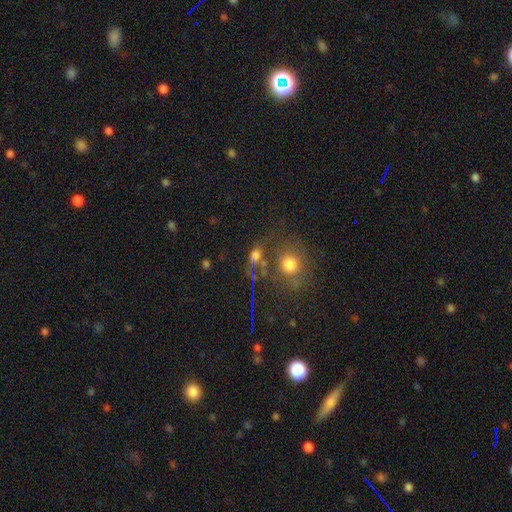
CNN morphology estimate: Smooth or featured? smooth (56%)
How rounded? in between (52%)
Merging? none (54%)